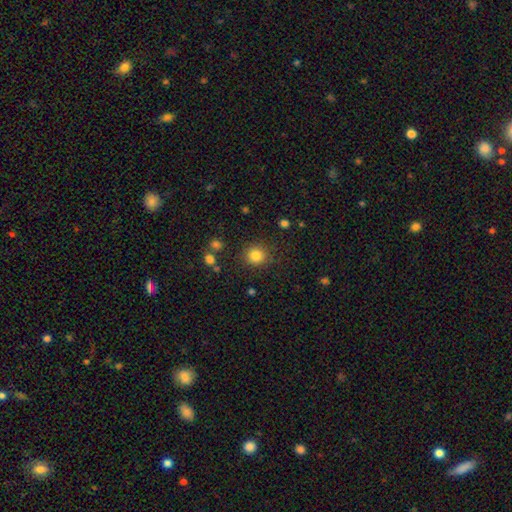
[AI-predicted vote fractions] A smooth galaxy with no disk features (82%) that is round (90%). Merging: none (87%).